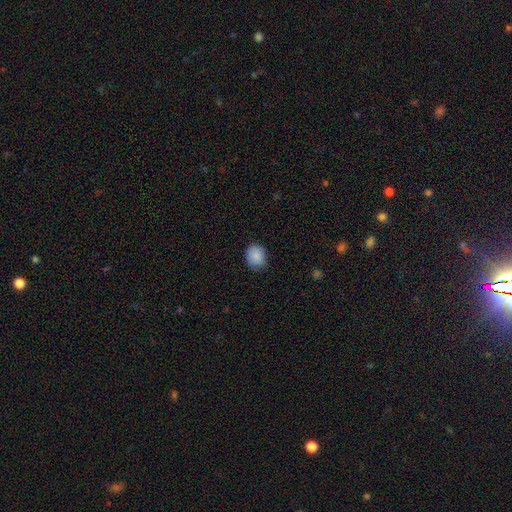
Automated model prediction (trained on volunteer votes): Smooth or featured? smooth (88%)
How rounded? round (64%)
Merging? none (80%)